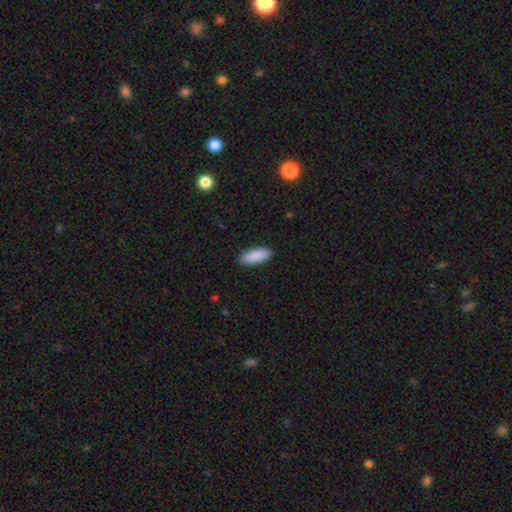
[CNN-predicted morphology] Smooth or featured?
  - smooth: 91% *
  - star or artifact: 6%
  - featured or disk: 4%
How rounded?
  - in between: 78% *
  - cigar-shaped: 20%
  - round: 2%
Merging?
  - none: 90% *
  - minor disturbance: 7%
  - major disturbance: 2%
  - merger: 1%